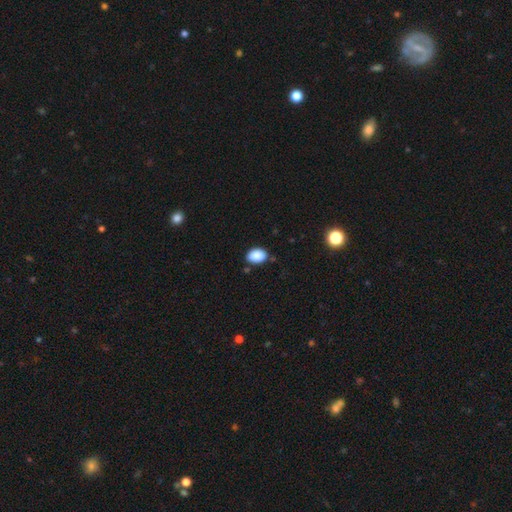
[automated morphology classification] Smooth or featured?
  - smooth: 89% *
  - star or artifact: 8%
  - featured or disk: 3%
How rounded?
  - in between: 82% *
  - round: 17%
  - cigar-shaped: 1%
Merging?
  - none: 80% *
  - minor disturbance: 15%
  - major disturbance: 3%
  - merger: 2%